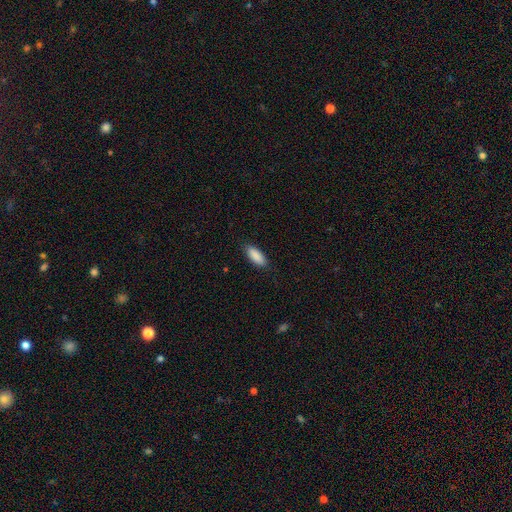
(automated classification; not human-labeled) Morphology: type=smooth (90%); roundness=in between (77%); merging=none (87%).